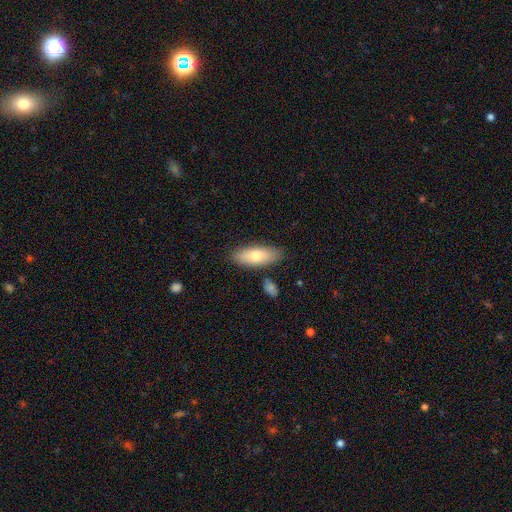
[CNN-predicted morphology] Overall: smooth (72%). How rounded: in between (75%). Merging: none (83%).